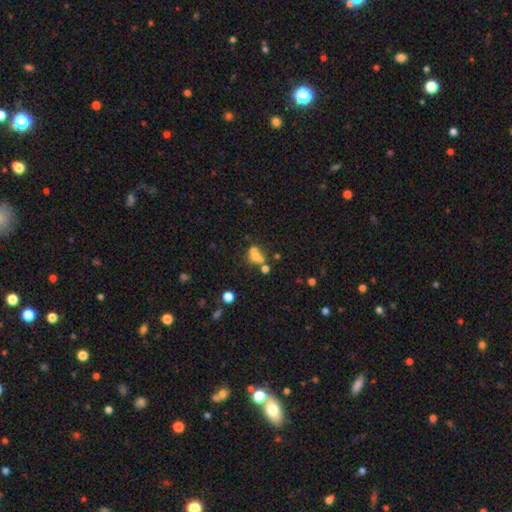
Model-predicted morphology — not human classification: A smooth galaxy with no disk features (57%) that is round (54%). Merging: merger (52%).